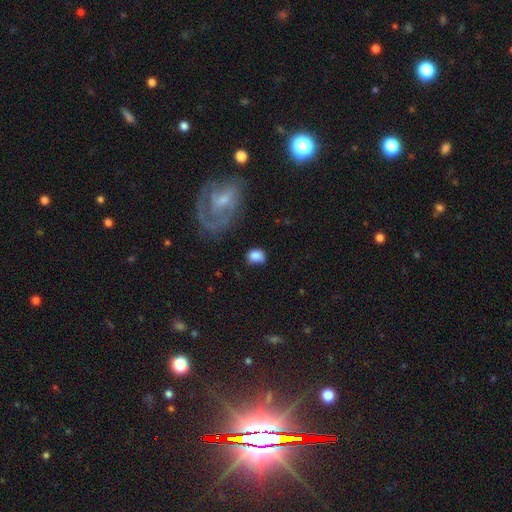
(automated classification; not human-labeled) This is likely a smooth galaxy (79%). How rounded: possibly in between (50%). Merging: possibly none (55%).